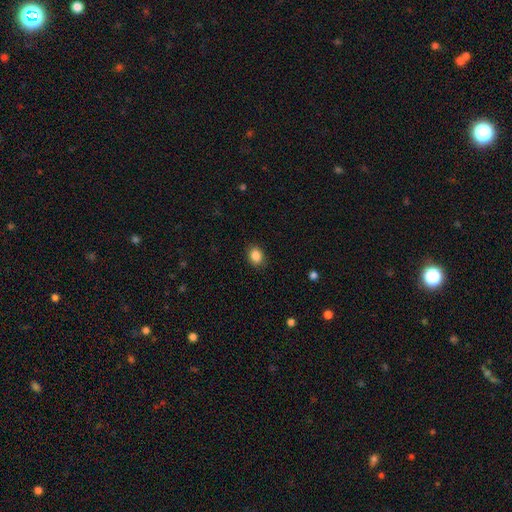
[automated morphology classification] smooth_or_featured: smooth (p=0.87) [alt: star or artifact p=0.09]
how_rounded: round (p=0.50) [alt: in between p=0.49]
merging: none (p=0.88) [alt: minor disturbance p=0.09]